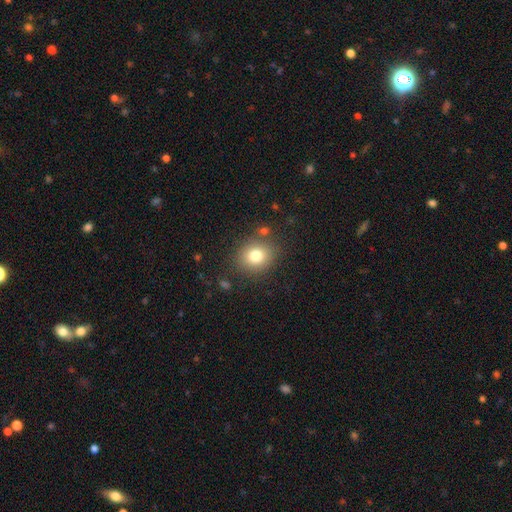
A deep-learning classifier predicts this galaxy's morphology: Q: Smooth or featured?
A: smooth (79%); runner-up: star or artifact (11%)
Q: How rounded?
A: round (69%); runner-up: in between (30%)
Q: Merging?
A: none (81%); runner-up: minor disturbance (11%)